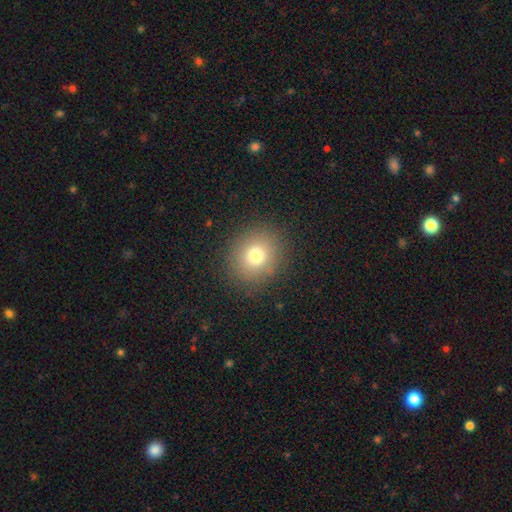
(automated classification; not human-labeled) smooth_or_featured: smooth (p=0.76) [alt: star or artifact p=0.14]
how_rounded: round (p=0.84) [alt: in between p=0.15]
merging: none (p=0.88) [alt: minor disturbance p=0.08]